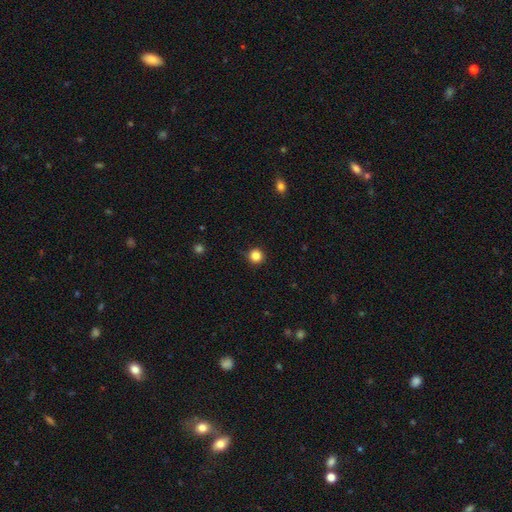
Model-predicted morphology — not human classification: This appears to be a smooth galaxy with no disk features (84%) that is round (95%). Merging: none (90%).